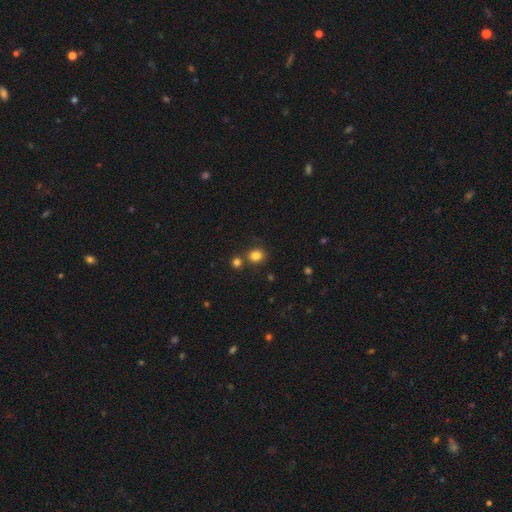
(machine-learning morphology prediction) Smooth or featured? Predicted: smooth (p=0.83). How rounded? Predicted: round (p=0.74). Merging? Predicted: none (p=0.73).